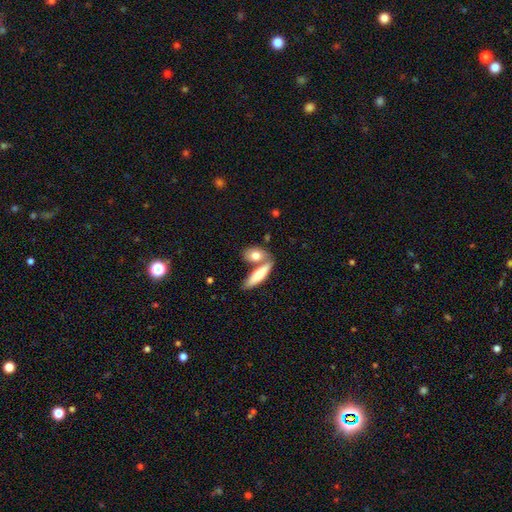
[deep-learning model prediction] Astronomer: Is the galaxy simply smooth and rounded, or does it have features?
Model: smooth — 77%.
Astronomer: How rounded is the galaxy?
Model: in between — 70%.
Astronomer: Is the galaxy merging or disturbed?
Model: none — 47% (runner-up: merger, 39%).